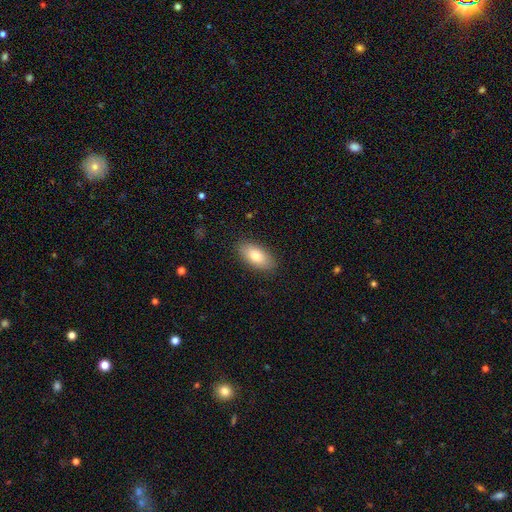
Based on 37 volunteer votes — Morphology: type=smooth (86%); roundness=in between (97%); merging=none (89%).